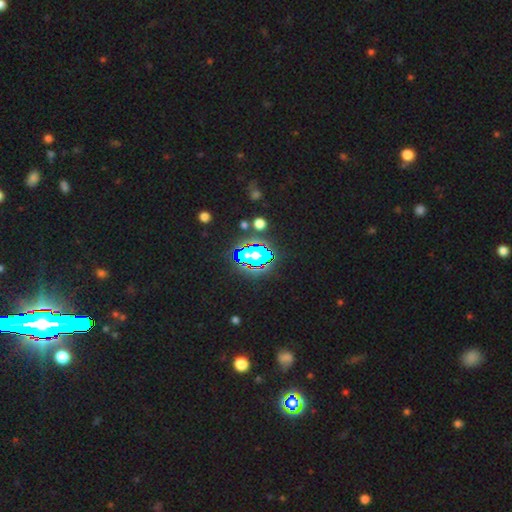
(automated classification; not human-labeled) smooth_or_featured: star or artifact (p=0.60) [alt: smooth p=0.26]